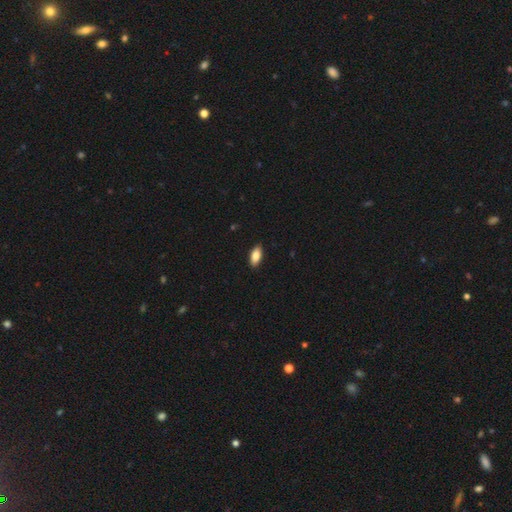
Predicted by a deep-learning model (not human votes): Q: Smooth or featured?
A: smooth (84%); runner-up: featured or disk (9%)
Q: How rounded?
A: in between (88%); runner-up: cigar-shaped (9%)
Q: Merging?
A: none (89%); runner-up: minor disturbance (8%)